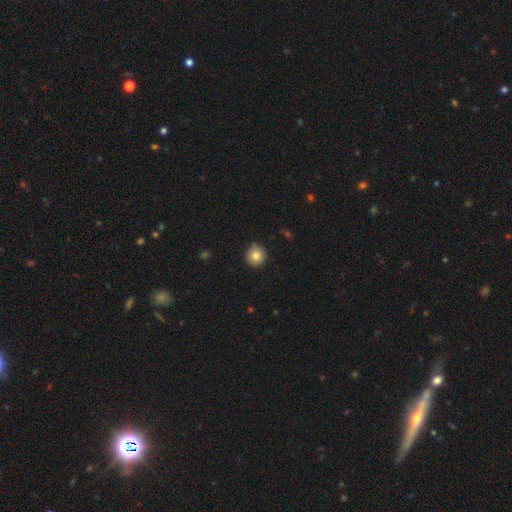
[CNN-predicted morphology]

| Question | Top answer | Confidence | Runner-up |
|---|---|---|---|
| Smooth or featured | smooth | 83% | star or artifact (10%) |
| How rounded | round | 94% | in between (5%) |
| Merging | none | 84% | minor disturbance (12%) |